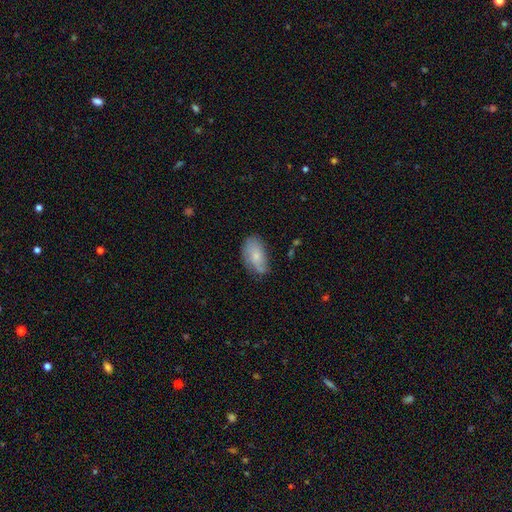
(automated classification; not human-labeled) Smooth or featured? smooth (67%)
How rounded? in between (93%)
Merging? none (59%)